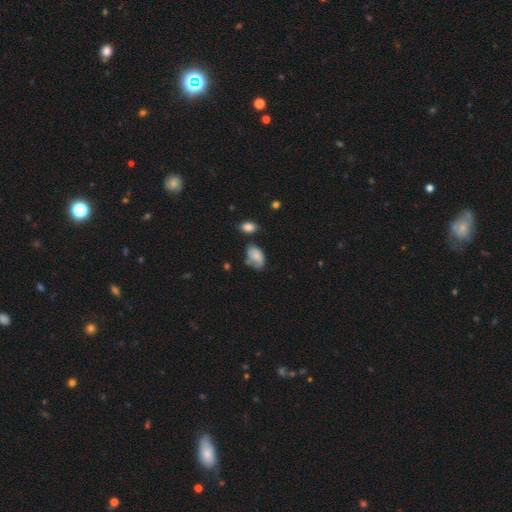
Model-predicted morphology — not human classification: Smooth or featured: smooth — 71% (featured or disk — 21%)
How rounded: in between — 89% (round — 9%)
Merging: none — 43% (minor disturbance — 34%)